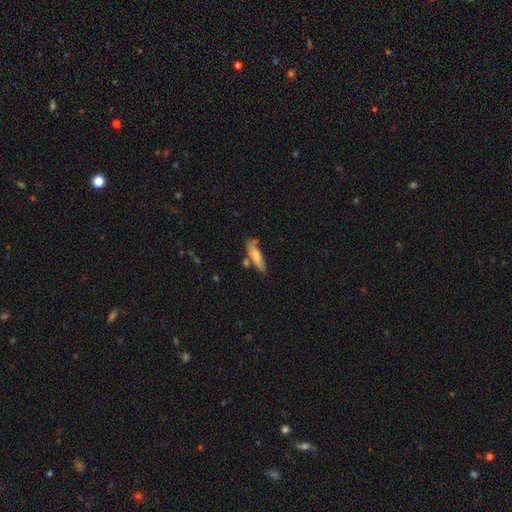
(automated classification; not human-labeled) This is likely a smooth galaxy (68%). How rounded: likely cigar-shaped (74%). Merging: likely none (68%).